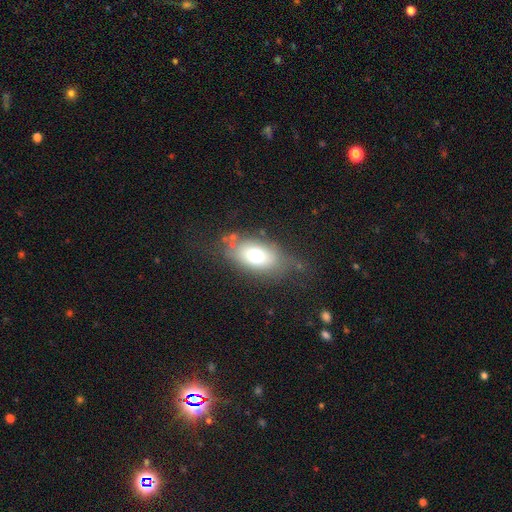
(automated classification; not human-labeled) Smooth or featured? Predicted: smooth (p=0.70). How rounded? Predicted: in between (p=0.87). Merging? Predicted: none (p=0.63).